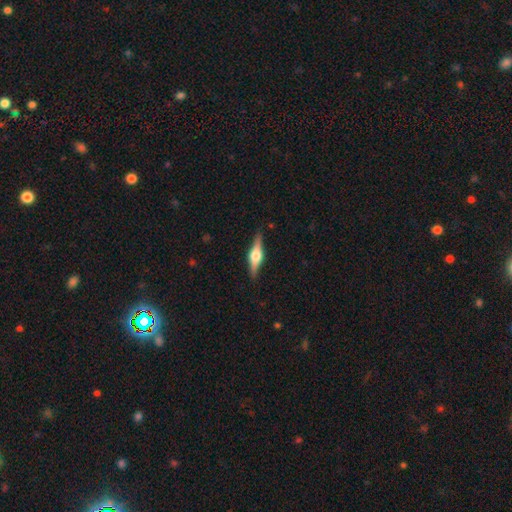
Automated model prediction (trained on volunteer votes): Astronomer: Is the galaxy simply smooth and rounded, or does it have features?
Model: featured or disk — 72%.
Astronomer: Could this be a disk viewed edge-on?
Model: yes — 97%.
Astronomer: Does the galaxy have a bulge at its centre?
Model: rounded — 93%.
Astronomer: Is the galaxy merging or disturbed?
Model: none — 89%.